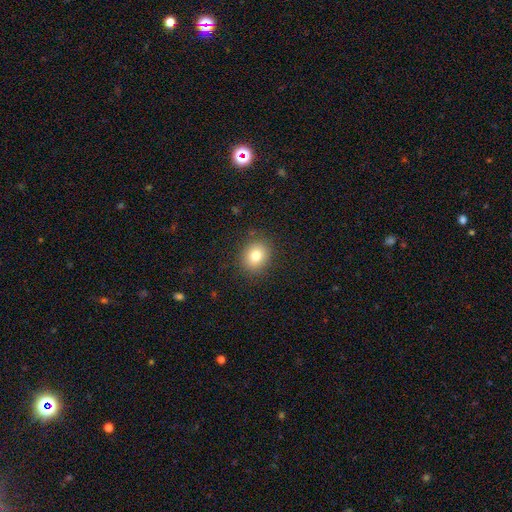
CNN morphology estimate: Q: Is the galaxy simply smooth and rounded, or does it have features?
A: smooth — 80%.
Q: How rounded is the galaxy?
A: round — 66%.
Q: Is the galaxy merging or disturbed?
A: none — 87%.